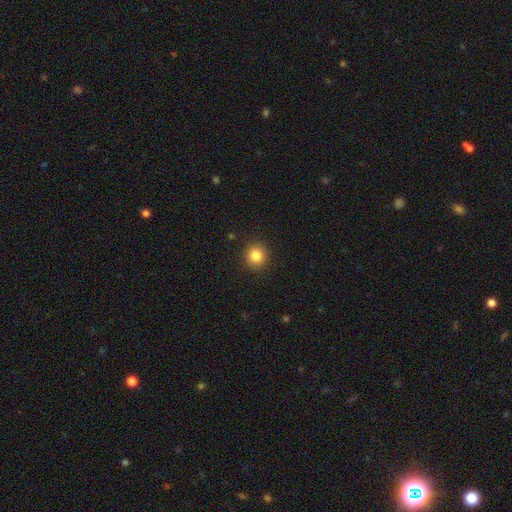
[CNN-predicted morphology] This is clearly a smooth galaxy (84%). How rounded: clearly round (91%). Merging: clearly none (91%).